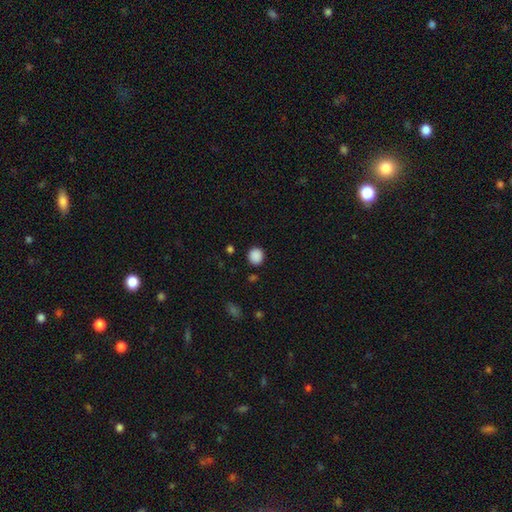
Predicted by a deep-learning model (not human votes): This is clearly a smooth galaxy (88%). How rounded: clearly round (85%). Merging: clearly none (87%).